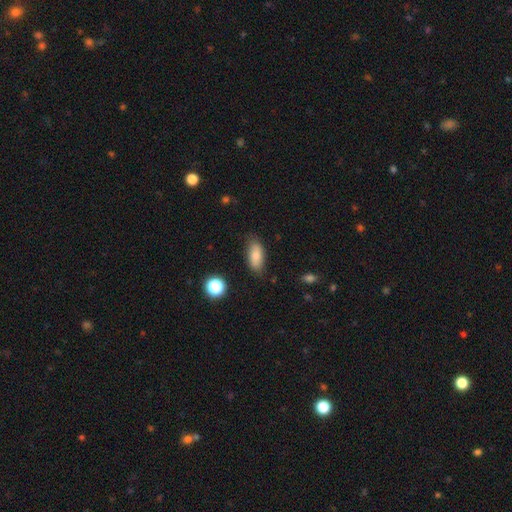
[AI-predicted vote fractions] smooth_or_featured: smooth (p=0.80) [alt: featured or disk p=0.12]
how_rounded: in between (p=0.85) [alt: cigar-shaped p=0.12]
merging: none (p=0.80) [alt: minor disturbance p=0.15]